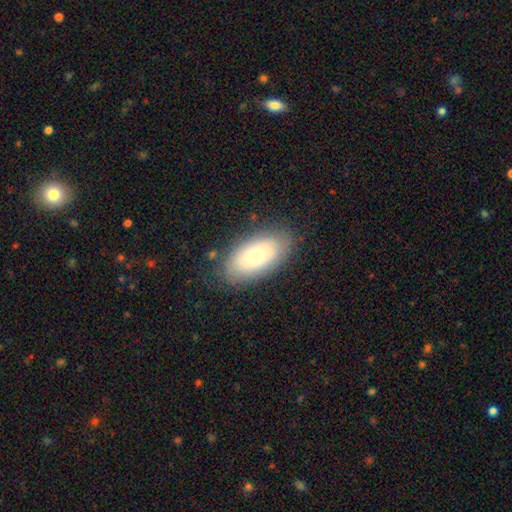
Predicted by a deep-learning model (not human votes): This appears to be a smooth galaxy with no disk features (63%) that is in between round and cigar-shaped (92%). Merging: none (84%).